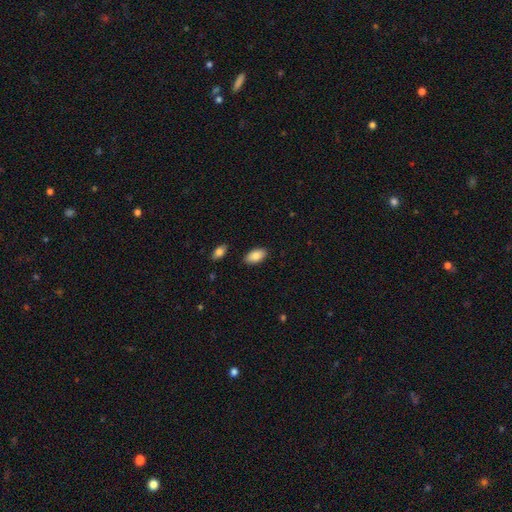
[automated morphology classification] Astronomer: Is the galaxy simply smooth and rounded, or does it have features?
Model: smooth — 86%.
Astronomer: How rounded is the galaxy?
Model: in between — 94%.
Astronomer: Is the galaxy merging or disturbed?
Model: none — 86%.